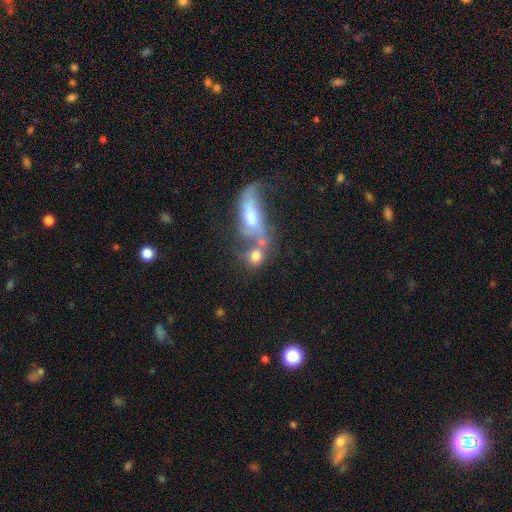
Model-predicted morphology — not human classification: A smooth galaxy with no disk features (70%) that is round (56%).

Vote fractions:
- Smooth or featured? smooth: 70% / featured or disk: 19% / star or artifact: 11%
- How rounded? round: 56% / in between: 38% / cigar-shaped: 6%
- Merging? merger: 48% / none: 33% / minor disturbance: 10% / major disturbance: 10%